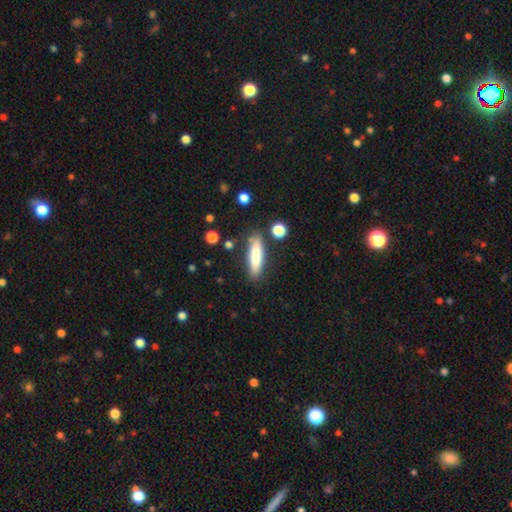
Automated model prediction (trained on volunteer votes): Smooth or featured: smooth — 78% (featured or disk — 15%)
How rounded: cigar-shaped — 68% (in between — 30%)
Merging: none — 80% (minor disturbance — 13%)